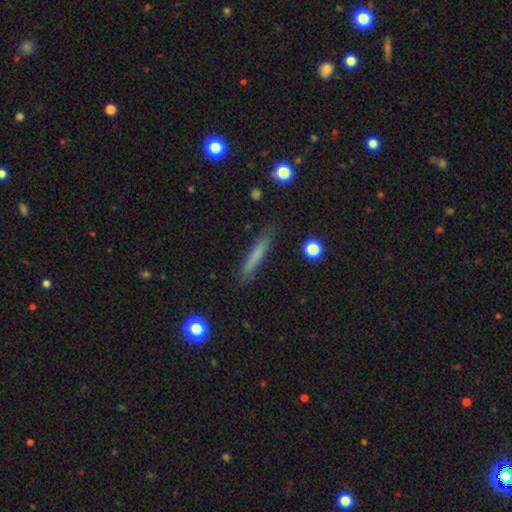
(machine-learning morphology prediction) smooth-or-featured: smooth: 71% | featured or disk: 22% | star or artifact: 7%
  how-rounded: cigar-shaped: 94% | in between: 4% | round: 2%
  merging: none: 85% | minor disturbance: 11% | major disturbance: 2% | merger: 2%